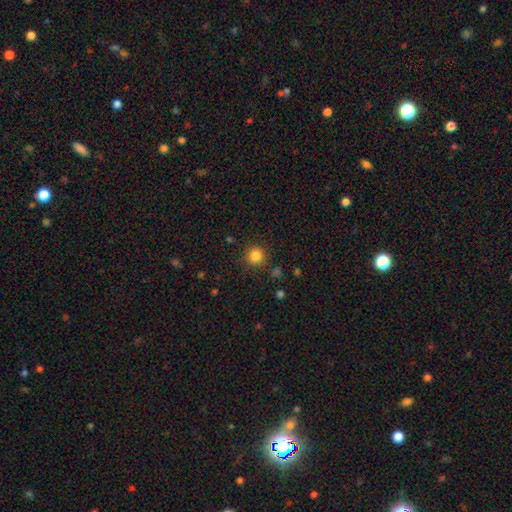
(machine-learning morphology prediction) Smooth or featured: smooth — 83% (star or artifact — 12%)
How rounded: round — 94% (in between — 5%)
Merging: none — 88% (minor disturbance — 7%)